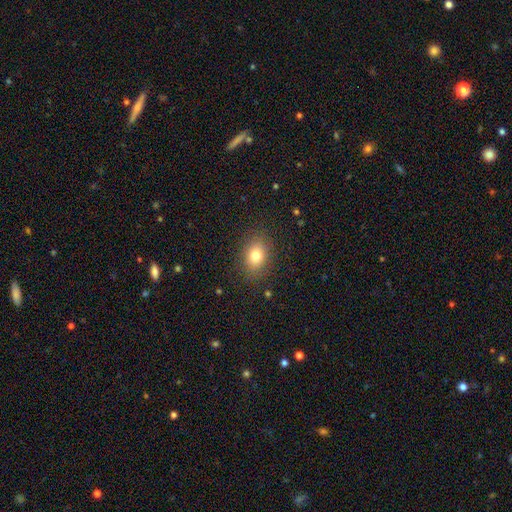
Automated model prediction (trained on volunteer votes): Smooth or featured?
  - smooth: 78% *
  - star or artifact: 11%
  - featured or disk: 11%
How rounded?
  - in between: 68% *
  - round: 31%
  - cigar-shaped: 1%
Merging?
  - none: 86% *
  - minor disturbance: 10%
  - major disturbance: 4%
  - merger: 1%